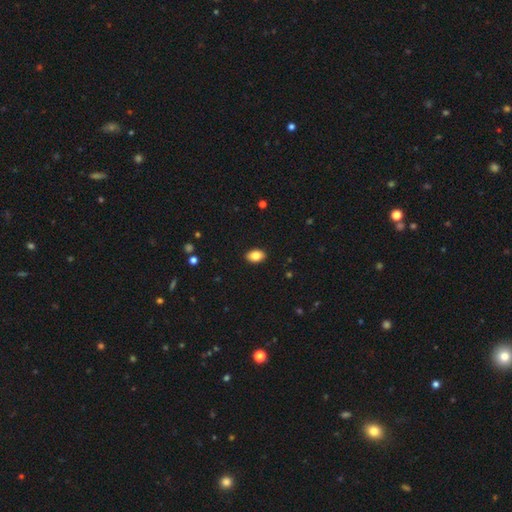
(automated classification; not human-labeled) smooth_or_featured: smooth (p=0.84) [alt: star or artifact p=0.08]
how_rounded: in between (p=0.85) [alt: round p=0.14]
merging: none (p=0.90) [alt: minor disturbance p=0.07]